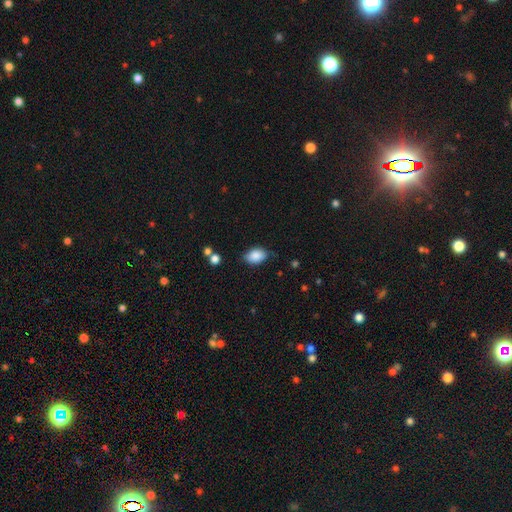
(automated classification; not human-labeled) Smooth or featured? Predicted: smooth (p=0.86). How rounded? Predicted: in between (p=0.87). Merging? Predicted: none (p=0.75).